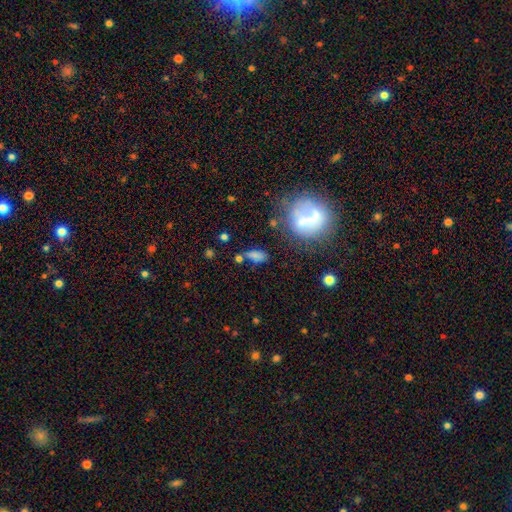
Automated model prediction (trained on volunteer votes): This is likely a smooth galaxy (70%). How rounded: likely in between (78%). Merging: possibly none (55%).